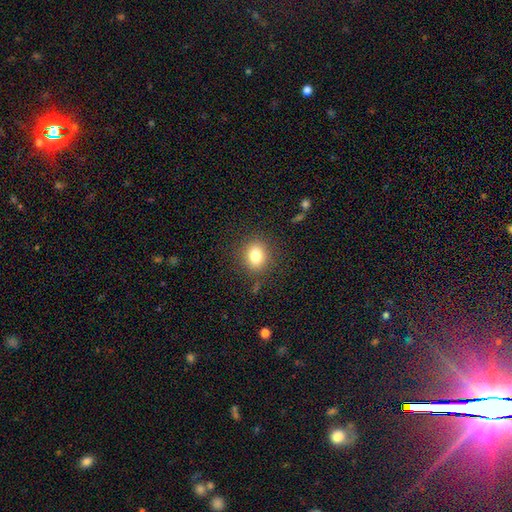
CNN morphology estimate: type=smooth (80%); roundness=round (65%); merging=none (86%).